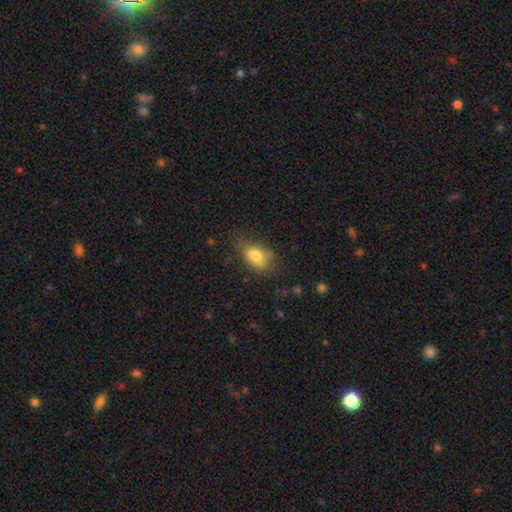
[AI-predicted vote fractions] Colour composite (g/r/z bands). It shows a smooth galaxy with no disk features (77%) that is in between round and cigar-shaped (81%). Merging: none (48%).